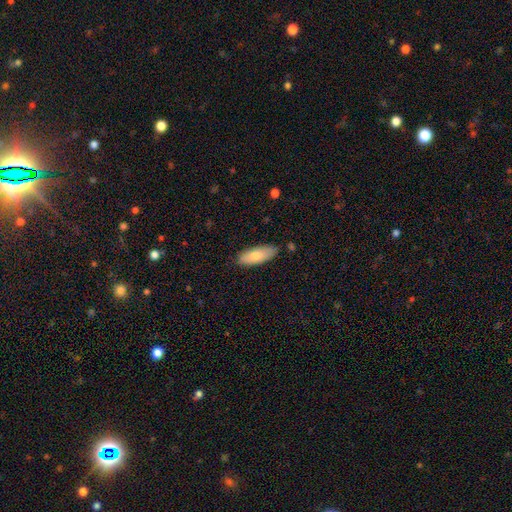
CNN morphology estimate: Overall: smooth (79%). How rounded: in between (73%). Merging: none (83%).